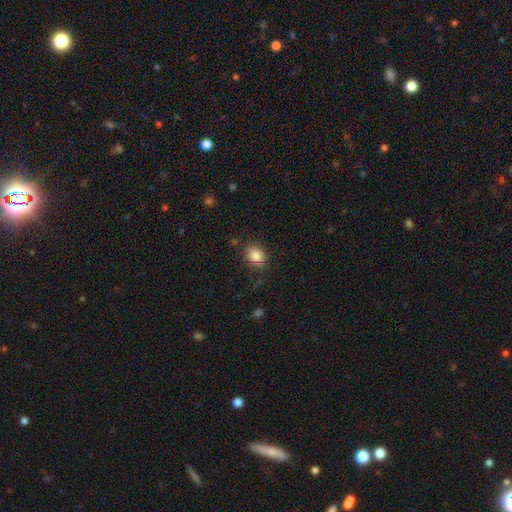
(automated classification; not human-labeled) Smooth or featured: smooth — 84% (star or artifact — 9%)
How rounded: round — 50% (in between — 49%)
Merging: none — 79% (minor disturbance — 15%)